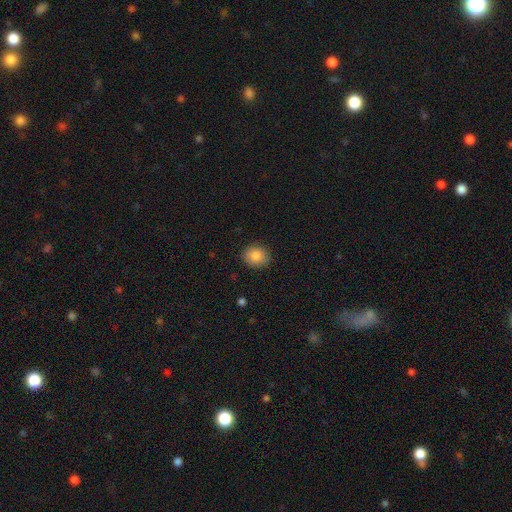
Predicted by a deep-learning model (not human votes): Smooth or featured?
  - smooth: 85% *
  - star or artifact: 9%
  - featured or disk: 6%
How rounded?
  - round: 70% *
  - in between: 29%
  - cigar-shaped: 1%
Merging?
  - none: 88% *
  - minor disturbance: 8%
  - major disturbance: 2%
  - merger: 1%